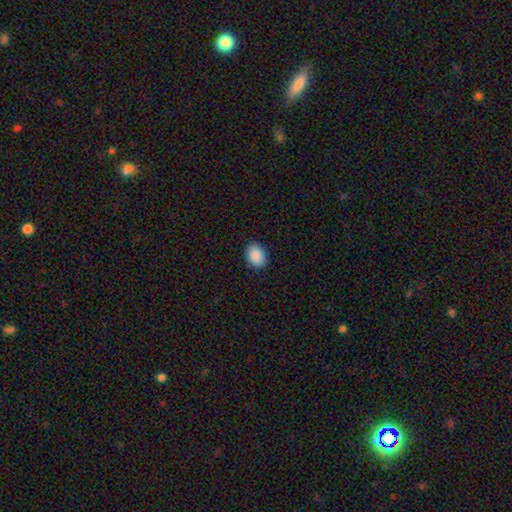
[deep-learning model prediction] Smooth or featured? smooth (90%)
How rounded? in between (76%)
Merging? none (89%)